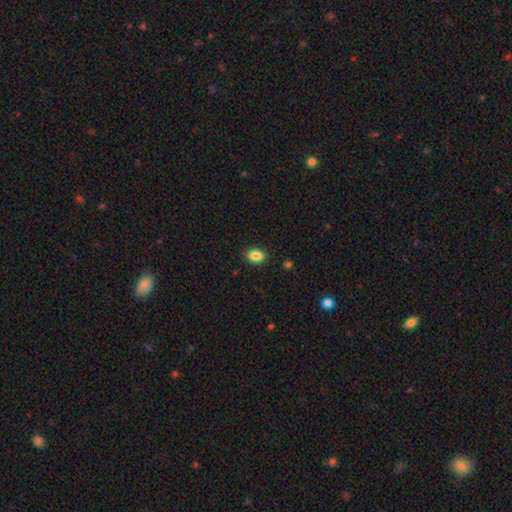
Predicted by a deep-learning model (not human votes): smooth 86%, star or artifact 9%, featured or disk 5%. Down the decision tree: how rounded — in between (82%); merging — none (85%).